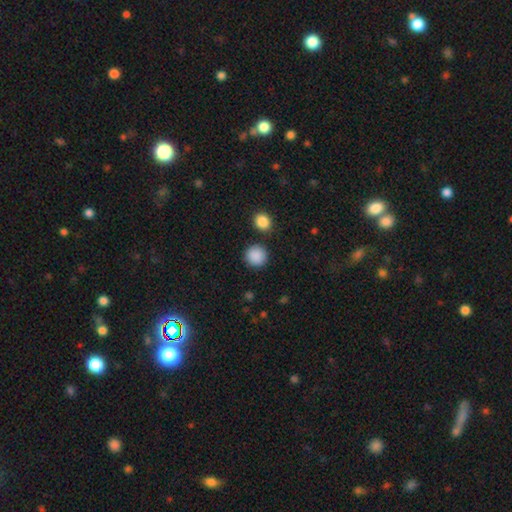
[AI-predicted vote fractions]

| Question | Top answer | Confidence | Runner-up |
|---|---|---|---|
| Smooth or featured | smooth | 89% | star or artifact (8%) |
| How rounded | round | 92% | in between (7%) |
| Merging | none | 87% | minor disturbance (7%) |